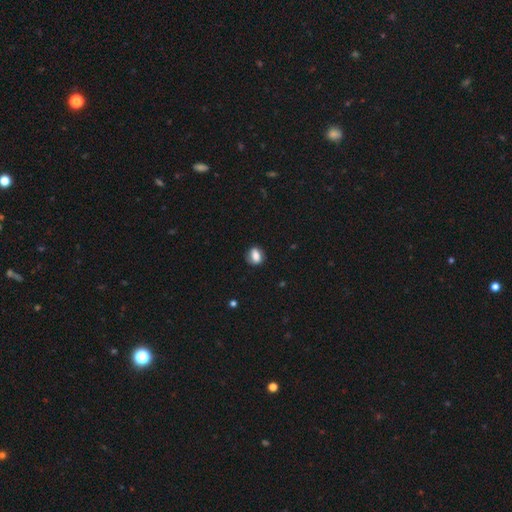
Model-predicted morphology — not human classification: A smooth galaxy with no disk features (78%) that is in between round and cigar-shaped (62%).

Vote fractions:
- Smooth or featured? smooth: 78% / featured or disk: 13% / star or artifact: 9%
- How rounded? in between: 62% / round: 34% / cigar-shaped: 3%
- Merging? none: 79% / minor disturbance: 16% / major disturbance: 4% / merger: 2%